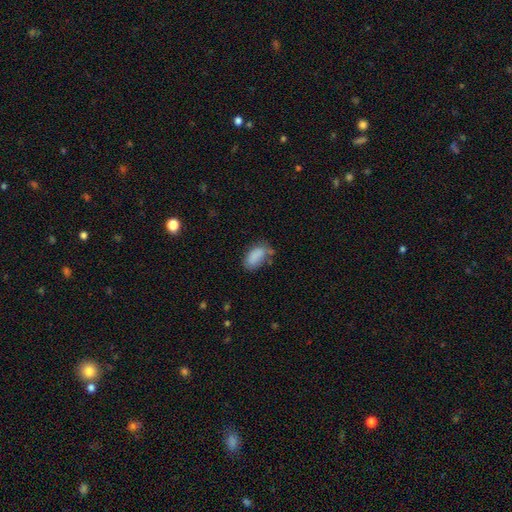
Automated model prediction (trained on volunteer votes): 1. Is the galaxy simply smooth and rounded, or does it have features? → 84% smooth, 8% star or artifact, 7% featured or disk.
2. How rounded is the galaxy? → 93% in between, 4% round, 3% cigar-shaped.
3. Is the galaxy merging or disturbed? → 53% none, 29% minor disturbance, 11% major disturbance, 7% merger.